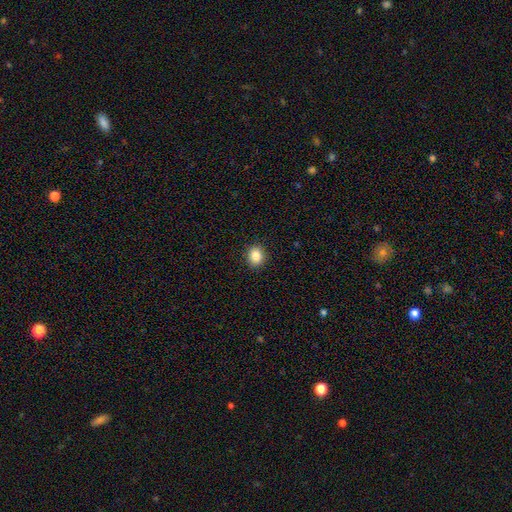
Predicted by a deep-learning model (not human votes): A smooth galaxy with no disk features (85%) that is round (72%). Merging: none (91%).